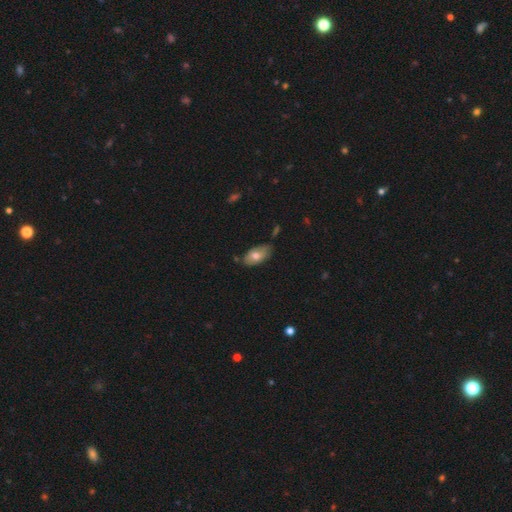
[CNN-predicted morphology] This is likely a smooth galaxy (69%). How rounded: clearly in between (92%). Merging: likely none (65%).